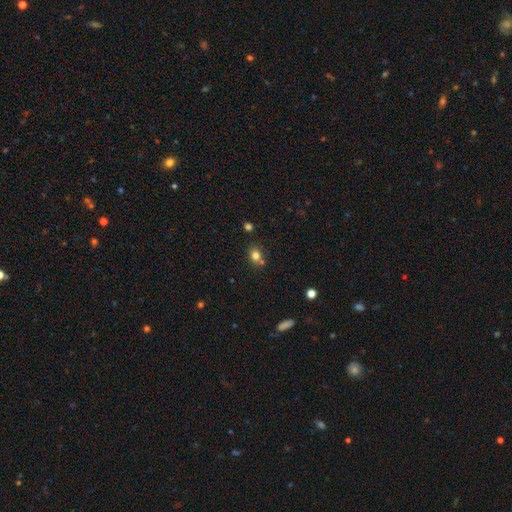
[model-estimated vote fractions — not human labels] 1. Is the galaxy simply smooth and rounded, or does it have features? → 79% smooth, 13% star or artifact, 8% featured or disk.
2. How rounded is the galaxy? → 62% round, 37% in between, 1% cigar-shaped.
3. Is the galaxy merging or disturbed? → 69% none, 15% merger, 13% minor disturbance, 3% major disturbance.